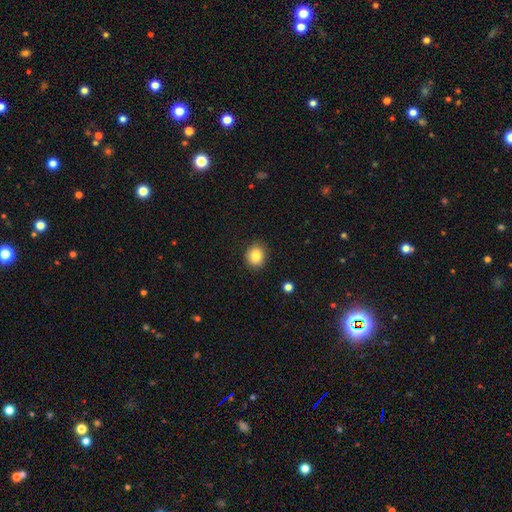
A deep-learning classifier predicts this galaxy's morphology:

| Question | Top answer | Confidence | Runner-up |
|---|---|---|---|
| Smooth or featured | smooth | 85% | star or artifact (9%) |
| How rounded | round | 71% | in between (28%) |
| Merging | none | 89% | minor disturbance (8%) |